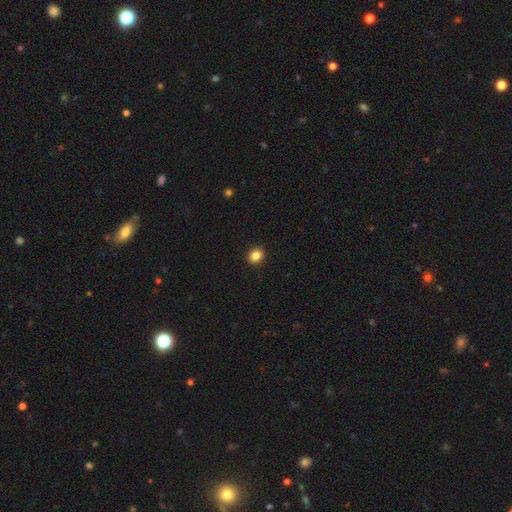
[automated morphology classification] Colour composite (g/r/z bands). It shows a smooth galaxy with no disk features (86%) that is round (67%). Merging: none (92%).